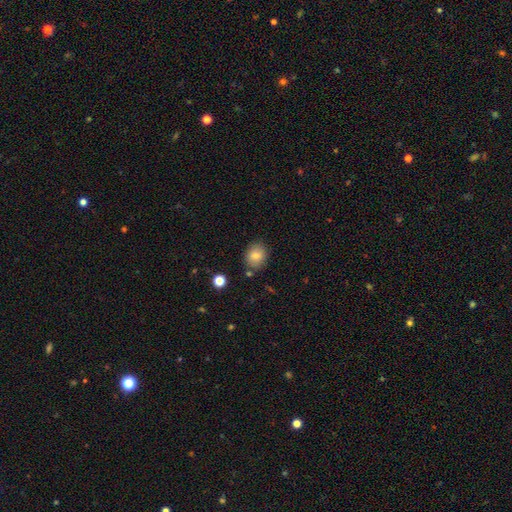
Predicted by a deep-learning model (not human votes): Q: Smooth or featured?
A: smooth (81%); runner-up: star or artifact (9%)
Q: How rounded?
A: round (57%); runner-up: in between (42%)
Q: Merging?
A: none (82%); runner-up: minor disturbance (11%)